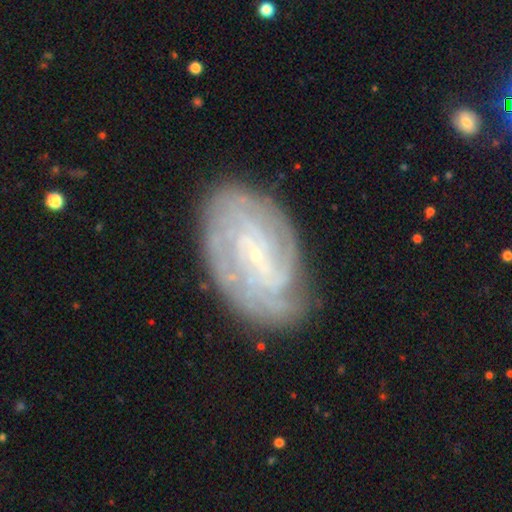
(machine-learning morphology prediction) featured or disk 82%, smooth 11%, star or artifact 6%. Down the decision tree: edge-on disk — no (96%); bar — no (44%); spiral arms — yes (92%); spiral arm count — can't tell (41%); spiral winding — tight (70%); bulge size — small (88%); merging — none (78%).